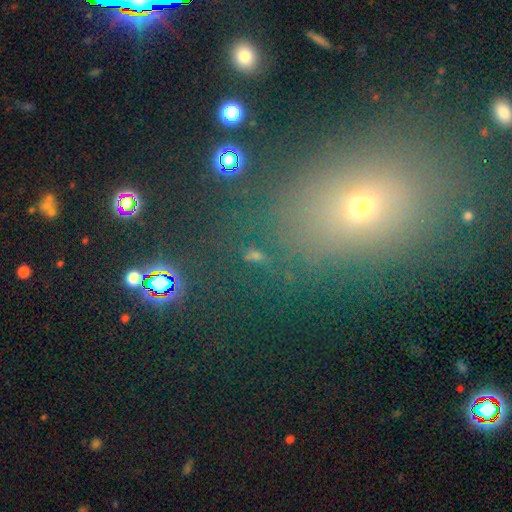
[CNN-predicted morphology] This is possibly a star or artifact rather than a galaxy (46%).